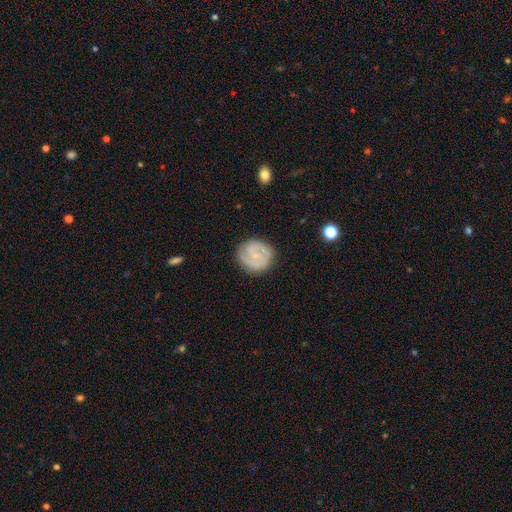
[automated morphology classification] smooth_or_featured: featured or disk (p=0.69) [alt: smooth p=0.25]
disk_edge_on: no (p=0.98) [alt: yes p=0.02]
bar: no (p=0.52) [alt: weak p=0.40]
has_spiral_arms: yes (p=0.92) [alt: no p=0.08]
spiral_winding: tight (p=0.57) [alt: medium p=0.35]
spiral_arm_count: 2 (p=0.68) [alt: can't tell p=0.13]
bulge_size: small (p=0.61) [alt: none p=0.23]
merging: none (p=0.84) [alt: minor disturbance p=0.11]